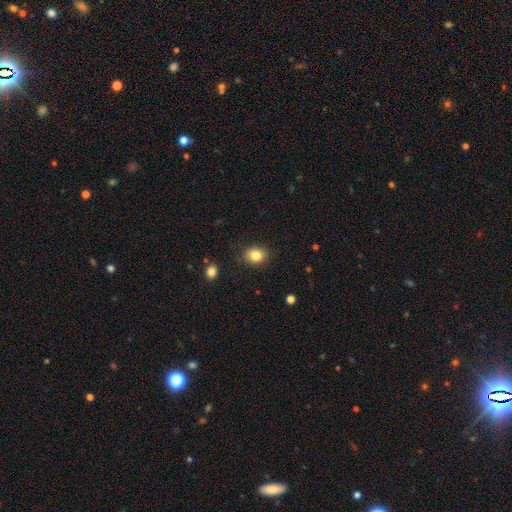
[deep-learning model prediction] smooth_or_featured: smooth (p=0.83) [alt: star or artifact p=0.10]
how_rounded: round (p=0.55) [alt: in between p=0.44]
merging: none (p=0.87) [alt: minor disturbance p=0.10]